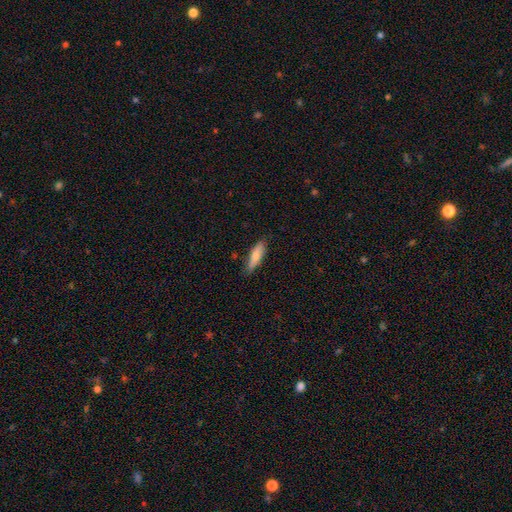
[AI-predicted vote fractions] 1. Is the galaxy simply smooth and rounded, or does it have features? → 78% smooth, 16% featured or disk, 6% star or artifact.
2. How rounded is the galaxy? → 64% cigar-shaped, 35% in between, 2% round.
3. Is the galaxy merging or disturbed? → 77% none, 18% minor disturbance, 3% major disturbance, 2% merger.